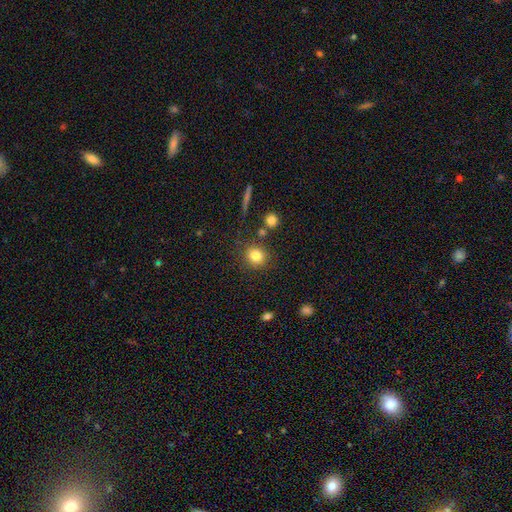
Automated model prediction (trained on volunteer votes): smooth 81%, star or artifact 12%, featured or disk 7%. Down the decision tree: how rounded — round (85%); merging — none (83%).